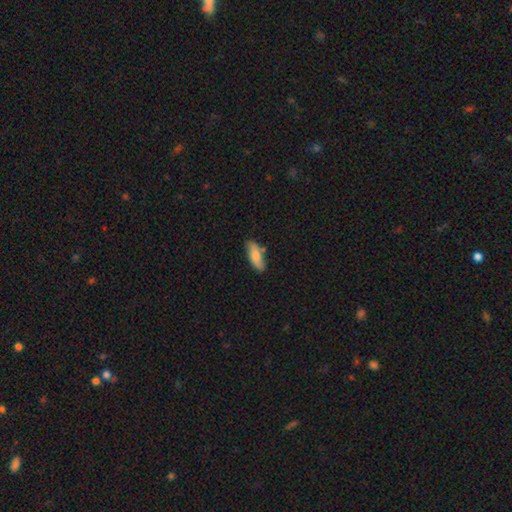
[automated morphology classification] Overall: smooth (67%). How rounded: in between (65%; cigar-shaped 33%). Merging: none (76%).